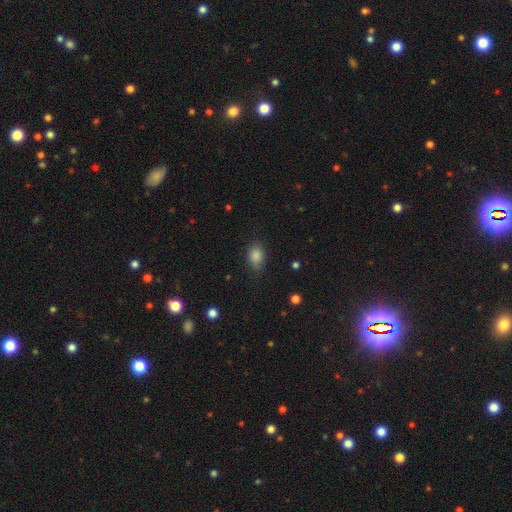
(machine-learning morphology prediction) type=smooth (84%); roundness=in between (72%); merging=none (73%).